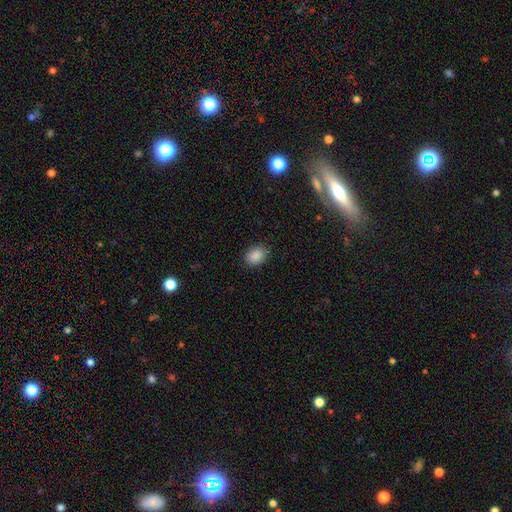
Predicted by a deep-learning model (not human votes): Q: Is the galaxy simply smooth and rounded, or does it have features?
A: smooth — 89%.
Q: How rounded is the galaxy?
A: in between — 77%.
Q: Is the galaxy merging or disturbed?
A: none — 87%.